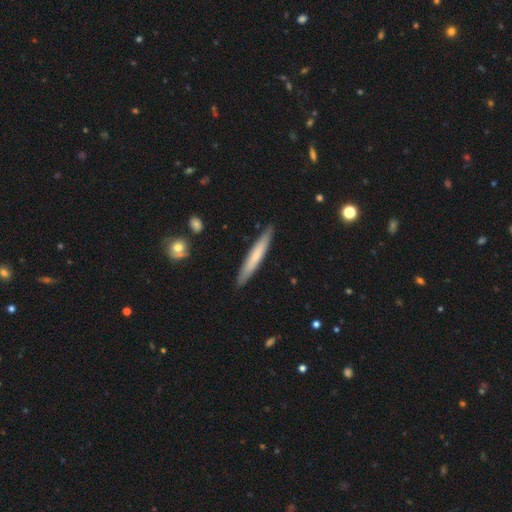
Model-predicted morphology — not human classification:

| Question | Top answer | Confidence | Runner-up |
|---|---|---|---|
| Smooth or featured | smooth | 62% | featured or disk (33%) |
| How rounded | cigar-shaped | 95% | in between (3%) |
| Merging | none | 89% | minor disturbance (8%) |